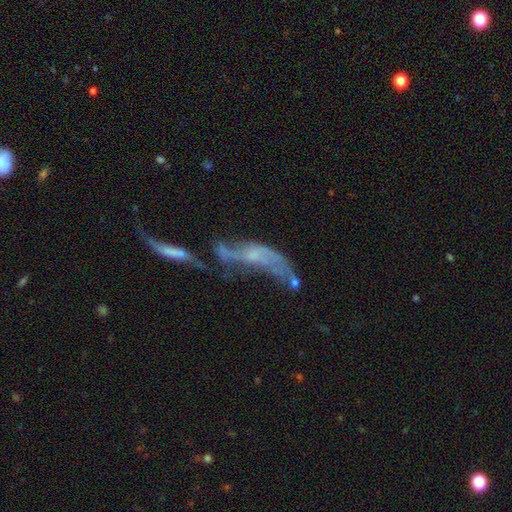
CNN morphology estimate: Smooth or featured: featured or disk — 62% (smooth — 24%)
Edge-on disk: no — 81% (yes — 19%)
Bar: no — 74% (weak — 20%)
Spiral arms: no — 51% (yes — 49%)
Bulge size: small — 44% (none — 34%)
Merging: merger — 53% (major disturbance — 23%)